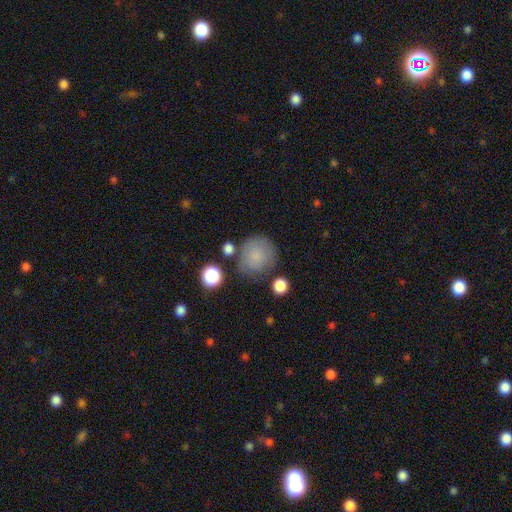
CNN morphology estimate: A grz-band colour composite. It shows a smooth galaxy with no disk features (81%) that is round (87%). Merging: none (69%).